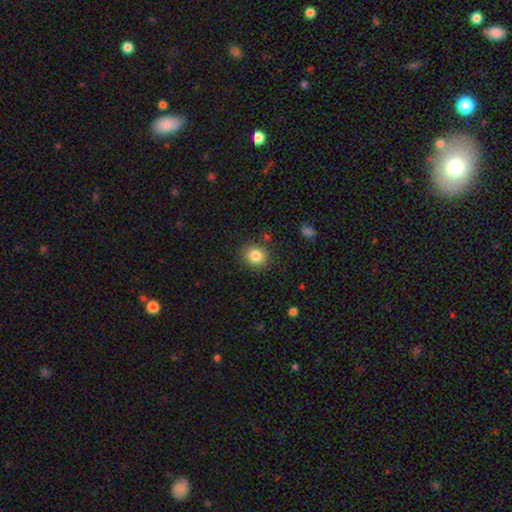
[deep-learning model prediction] Smooth or featured?
  - smooth: 84% *
  - star or artifact: 10%
  - featured or disk: 6%
How rounded?
  - round: 68% *
  - in between: 31%
  - cigar-shaped: 1%
Merging?
  - none: 86% *
  - minor disturbance: 9%
  - major disturbance: 3%
  - merger: 2%